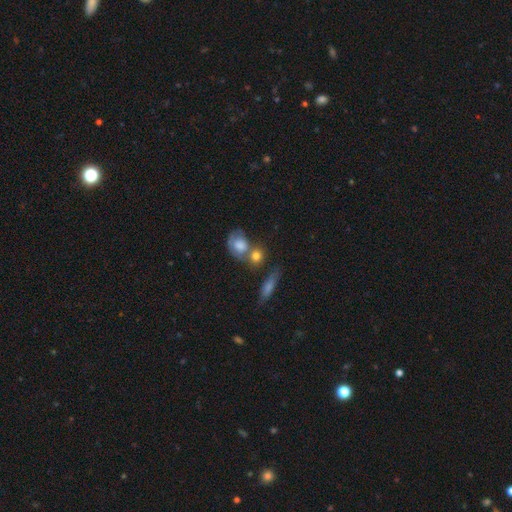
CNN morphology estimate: Q: Smooth or featured?
A: smooth (63%); runner-up: featured or disk (24%)
Q: How rounded?
A: round (59%); runner-up: in between (38%)
Q: Merging?
A: none (41%); runner-up: merger (38%)